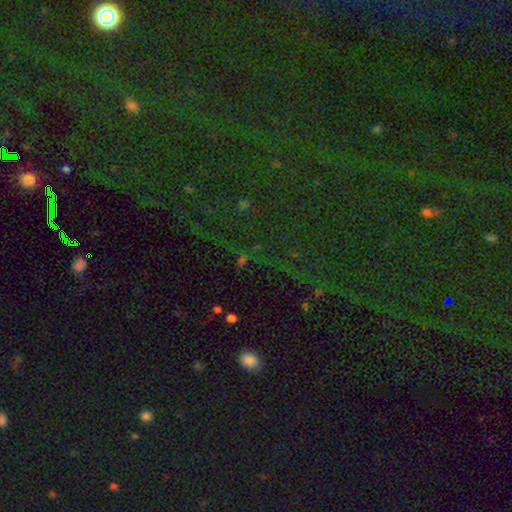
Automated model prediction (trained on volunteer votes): smooth_or_featured: star or artifact (p=0.80) [alt: smooth p=0.13]